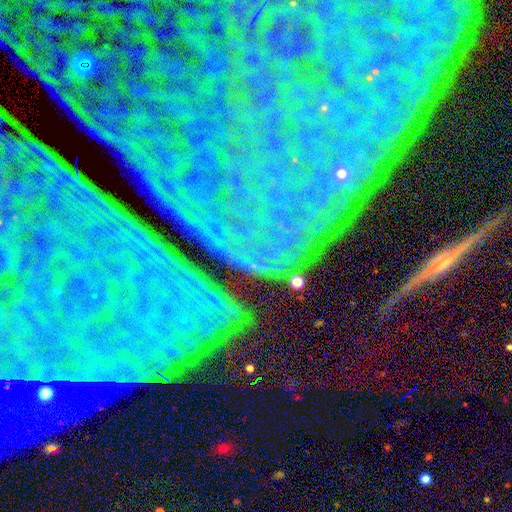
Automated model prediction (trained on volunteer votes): A star or artifact, not a galaxy (81%).

Vote fractions:
- Smooth or featured? star or artifact: 81% / featured or disk: 11% / smooth: 8%